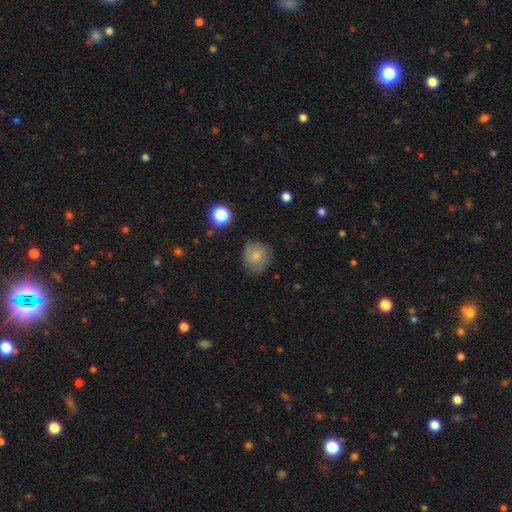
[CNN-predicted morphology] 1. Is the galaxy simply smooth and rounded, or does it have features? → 68% smooth, 22% featured or disk, 10% star or artifact.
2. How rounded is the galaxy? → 79% round, 20% in between, 1% cigar-shaped.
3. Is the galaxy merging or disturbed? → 67% none, 24% minor disturbance, 7% major disturbance, 2% merger.